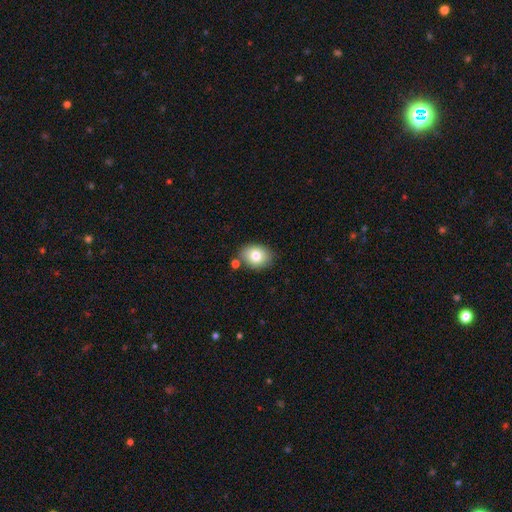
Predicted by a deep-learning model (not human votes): Smooth or featured? Predicted: smooth (p=0.79). How rounded? Predicted: in between (p=0.60). Merging? Predicted: none (p=0.76).